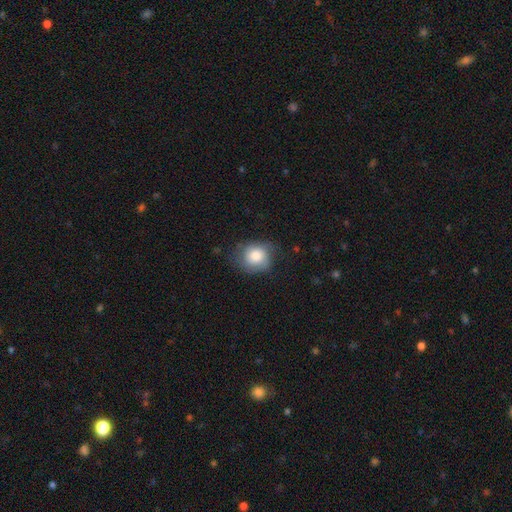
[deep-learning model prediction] Smooth or featured? Predicted: smooth (p=0.66). How rounded? Predicted: round (p=0.73). Merging? Predicted: none (p=0.61).